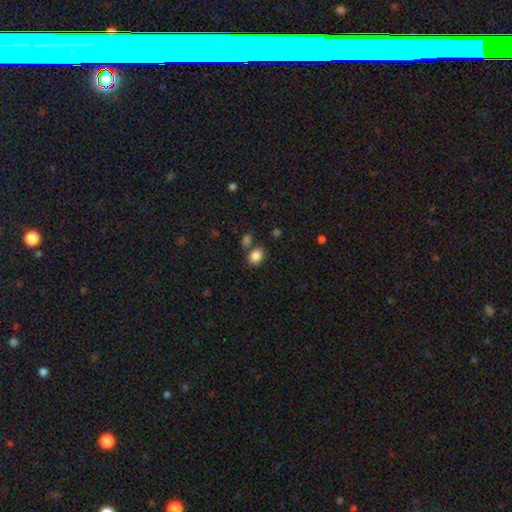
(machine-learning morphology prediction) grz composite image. It shows a smooth galaxy with no disk features (86%) that is in between round and cigar-shaped (58%). Merging: none (68%).